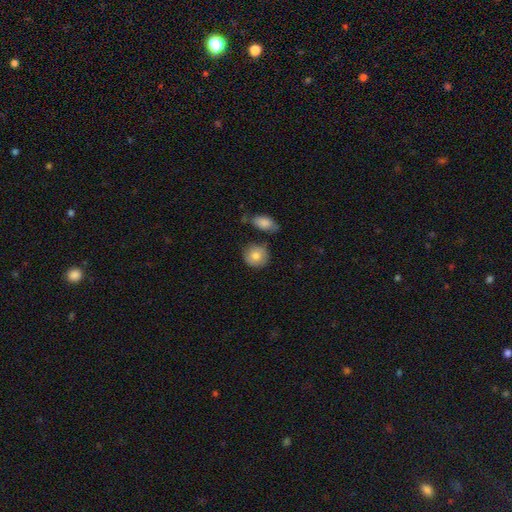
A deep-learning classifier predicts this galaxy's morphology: A smooth galaxy with no disk features (81%) that is round (87%).

Vote fractions:
- Smooth or featured? smooth: 81% / featured or disk: 11% / star or artifact: 8%
- How rounded? round: 87% / in between: 12% / cigar-shaped: 1%
- Merging? none: 75% / minor disturbance: 15% / merger: 7% / major disturbance: 3%